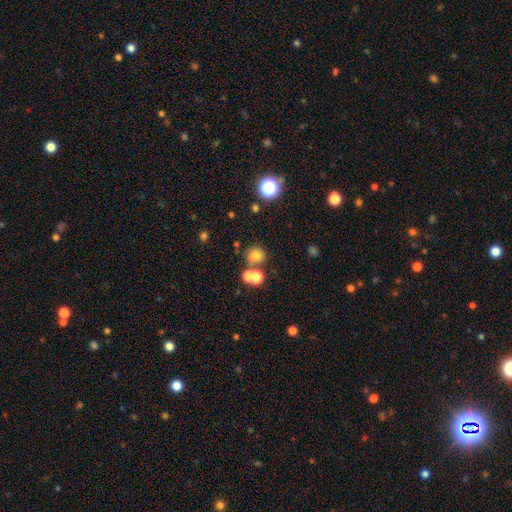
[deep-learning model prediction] A smooth galaxy with no disk features (71%) that is round (89%).

Vote fractions:
- Smooth or featured? smooth: 71% / star or artifact: 18% / featured or disk: 11%
- How rounded? round: 89% / in between: 10% / cigar-shaped: 1%
- Merging? none: 64% / merger: 23% / minor disturbance: 9% / major disturbance: 4%